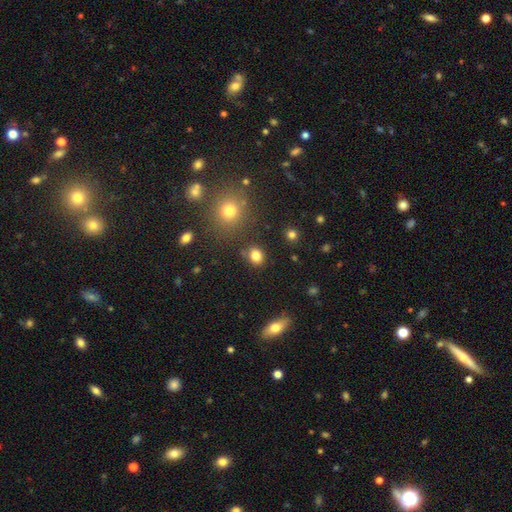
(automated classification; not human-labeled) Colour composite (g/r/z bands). It shows a smooth galaxy with no disk features (82%) that is round (52%). Merging: none (82%).